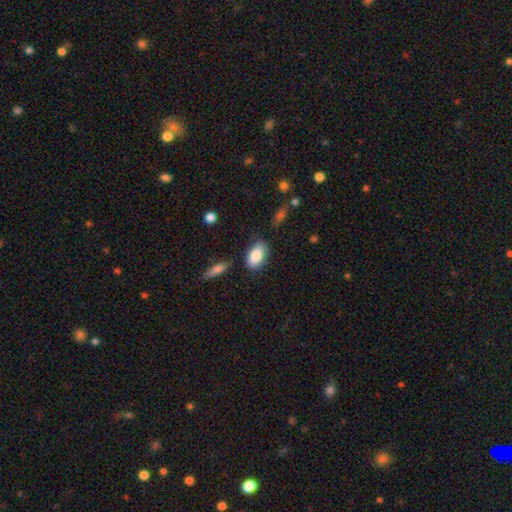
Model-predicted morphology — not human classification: This is clearly a smooth galaxy (85%). How rounded: clearly in between (92%). Merging: likely none (77%).